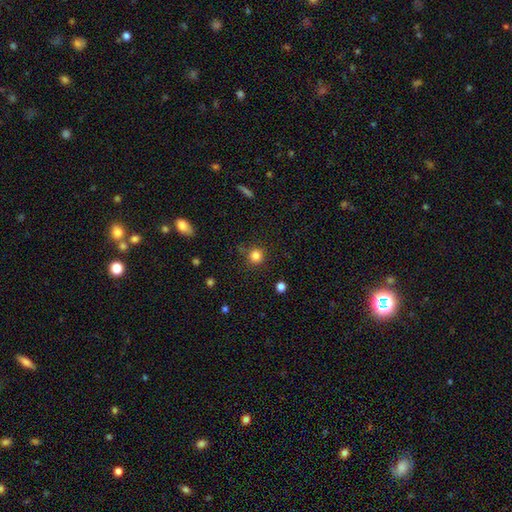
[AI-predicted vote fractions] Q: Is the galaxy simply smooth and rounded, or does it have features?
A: smooth — 83%.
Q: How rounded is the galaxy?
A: round — 93%.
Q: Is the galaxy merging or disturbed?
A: none — 83%.